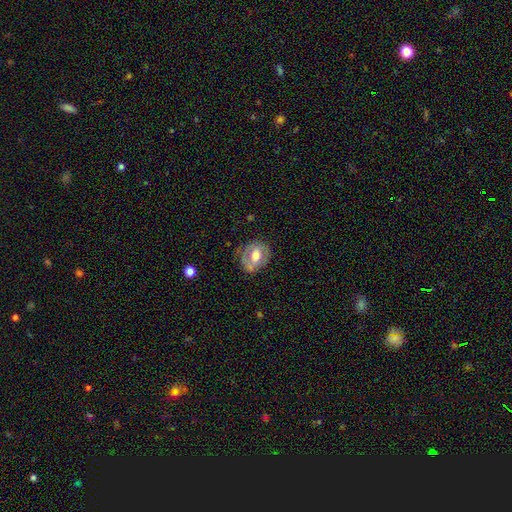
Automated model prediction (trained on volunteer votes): Overall: featured or disk (50%; smooth 42%). Edge-on disk: no (95%). Merging: none (62%; minor disturbance 24%).